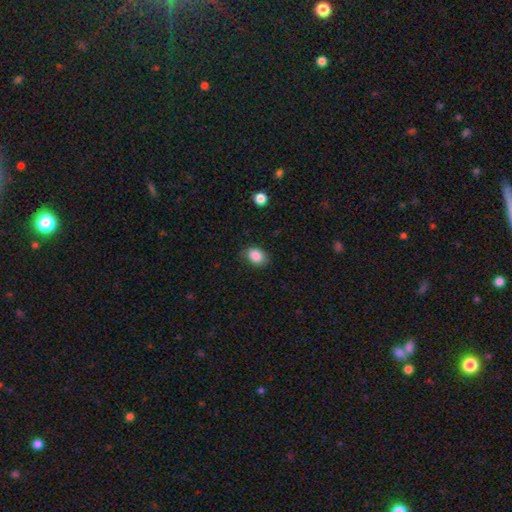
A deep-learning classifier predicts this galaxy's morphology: This appears to be a smooth galaxy with no disk features (87%) that is in between round and cigar-shaped (67%). Merging: none (78%).